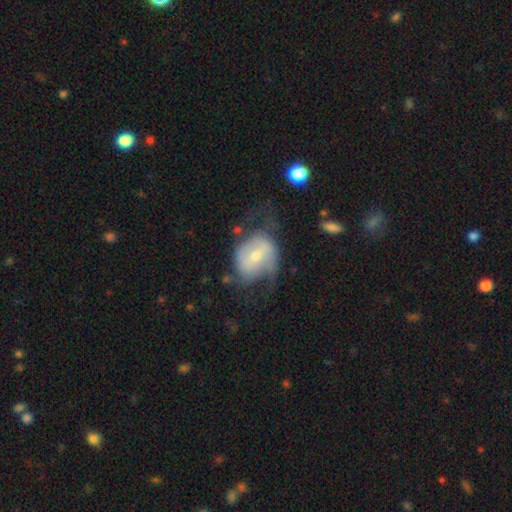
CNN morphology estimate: The model was most divided on "bulge size": small: 49%, moderate: 44%, large: 3%, none: 2%, dominant: 1%. Remaining: edge-on disk — no (96%); spiral arms — yes (78%); smooth or featured — featured or disk (64%); bar — weak (45%); merging — none (42%).